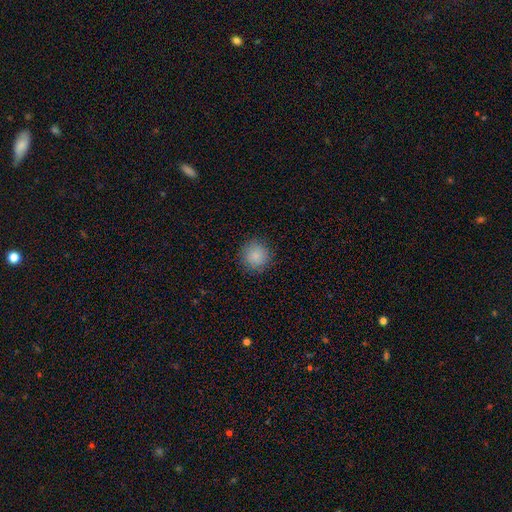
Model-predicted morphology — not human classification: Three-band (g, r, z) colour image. It shows a smooth galaxy with no disk features (87%) that is round (94%). Merging: none (89%).